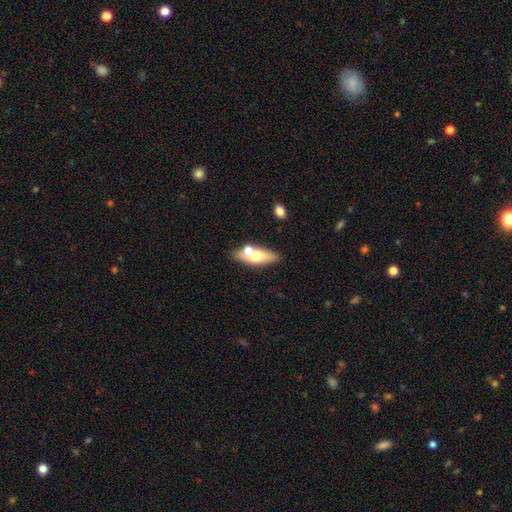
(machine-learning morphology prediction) This appears to be a smooth galaxy with no disk features (60%) that is in between round and cigar-shaped (68%). Merging: none (62%).